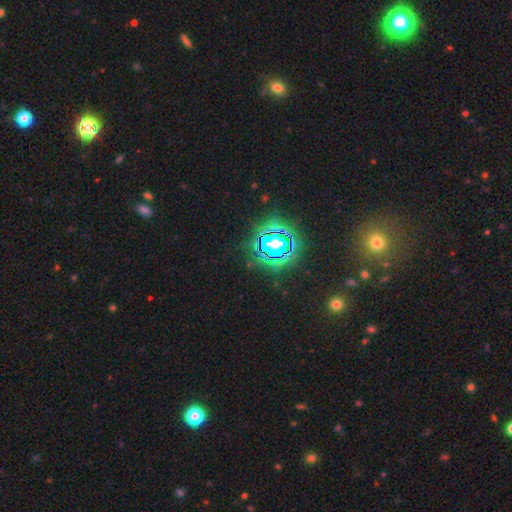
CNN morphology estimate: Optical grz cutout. It shows a star or artifact, not a galaxy (80%).